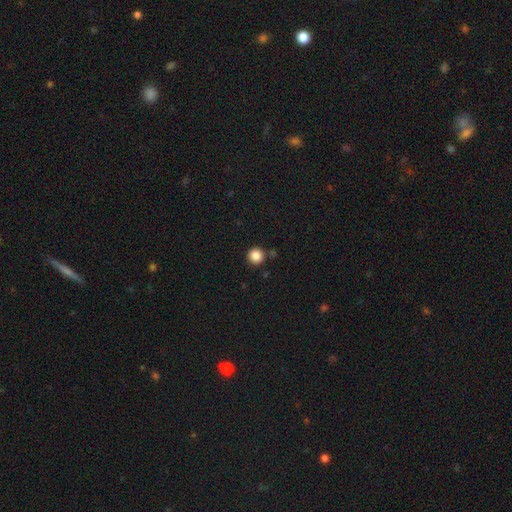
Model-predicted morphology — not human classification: A smooth galaxy with no disk features (87%) that is round (95%).

Vote fractions:
- Smooth or featured? smooth: 87% / star or artifact: 11% / featured or disk: 3%
- How rounded? round: 95% / in between: 4% / cigar-shaped: 1%
- Merging? none: 88% / minor disturbance: 6% / merger: 4% / major disturbance: 2%